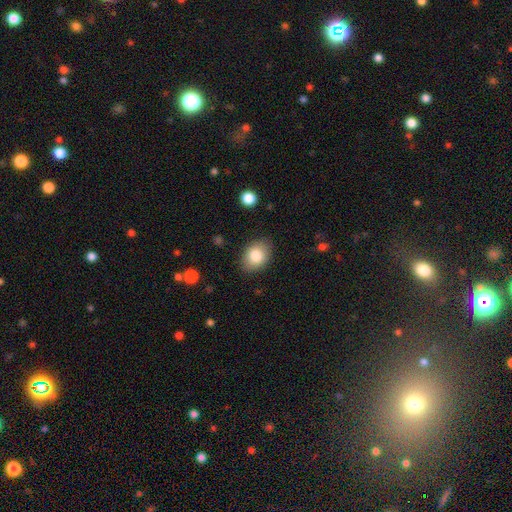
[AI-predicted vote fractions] Smooth or featured? smooth (83%)
How rounded? in between (76%)
Merging? none (83%)